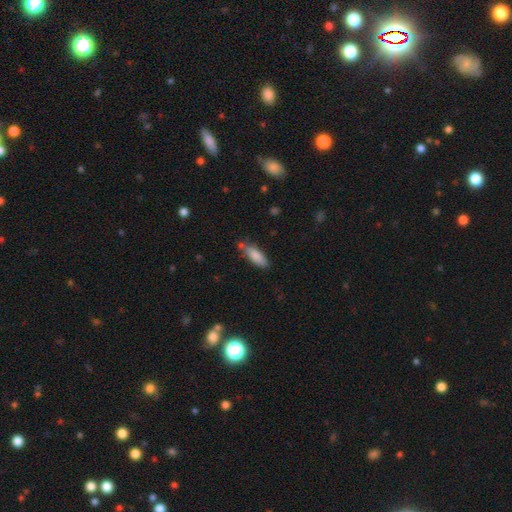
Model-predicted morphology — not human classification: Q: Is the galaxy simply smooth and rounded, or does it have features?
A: smooth — 84%.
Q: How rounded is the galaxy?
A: in between — 62%.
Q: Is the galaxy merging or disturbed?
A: none — 67%.